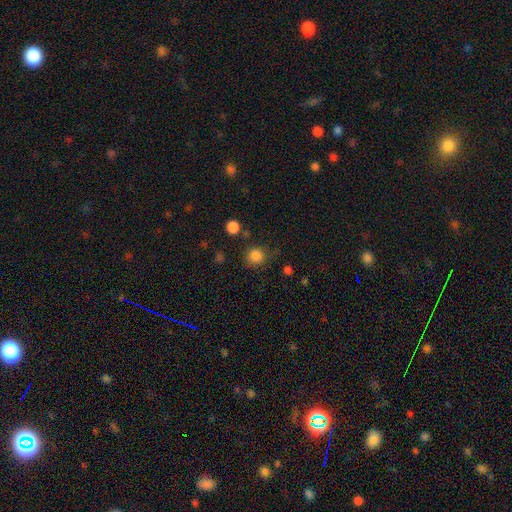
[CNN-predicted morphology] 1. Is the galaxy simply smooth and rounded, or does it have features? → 84% smooth, 12% star or artifact, 4% featured or disk.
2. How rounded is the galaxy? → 89% round, 10% in between, 1% cigar-shaped.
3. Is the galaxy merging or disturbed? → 78% none, 13% minor disturbance, 5% major disturbance, 4% merger.